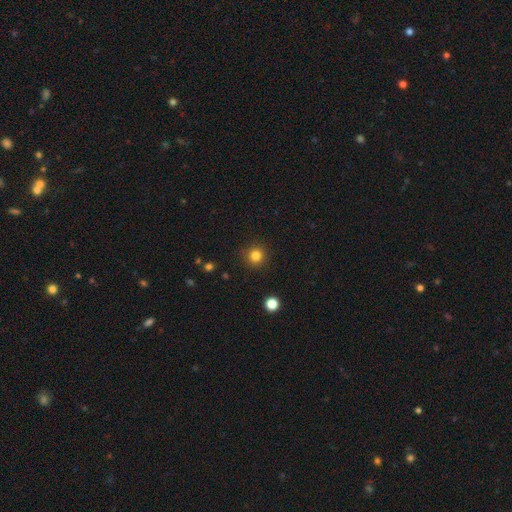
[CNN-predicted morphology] smooth 82%, star or artifact 13%, featured or disk 5%. Down the decision tree: how rounded — round (94%); merging — none (91%).